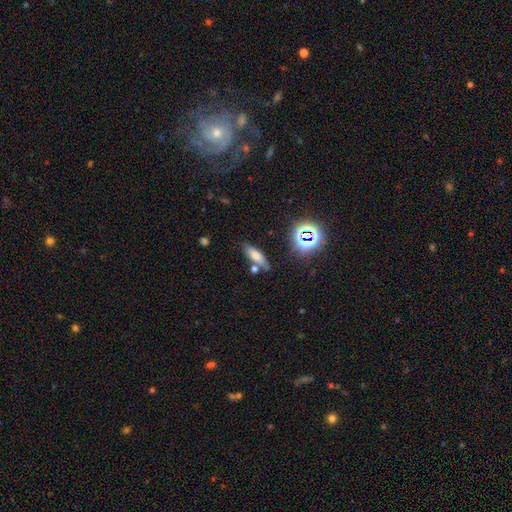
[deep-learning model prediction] smooth 63%, star or artifact 19%, featured or disk 18%. Down the decision tree: how rounded — in between (49%); merging — none (71%).